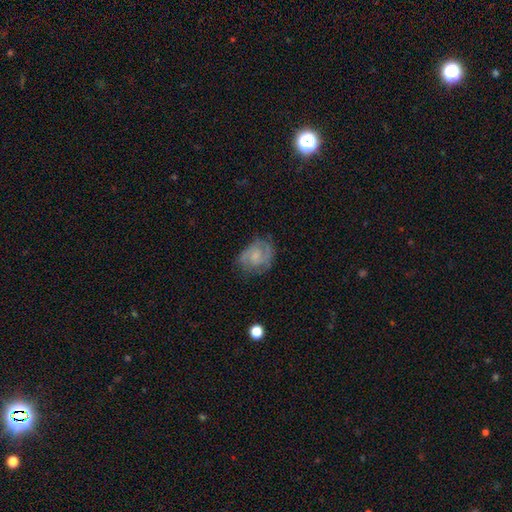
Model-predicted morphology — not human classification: smooth-or-featured: featured or disk: 64% | smooth: 28% | star or artifact: 8%
  disk-edge-on: no: 97% | yes: 3%
    bar: no: 67% | weak: 29% | strong: 4%
    has-spiral-arms: yes: 85% | no: 15%
      spiral-winding: medium: 44% | tight: 41% | loose: 15%
      spiral-arm-count: 2: 60% | can't tell: 22% | 3: 9% | 1: 4% | 4: 2% | more than 4: 2%
    bulge-size: small: 51% | moderate: 25% | none: 20% | large: 3% | dominant: 1%
  merging: none: 64% | minor disturbance: 23% | major disturbance: 12% | merger: 2%